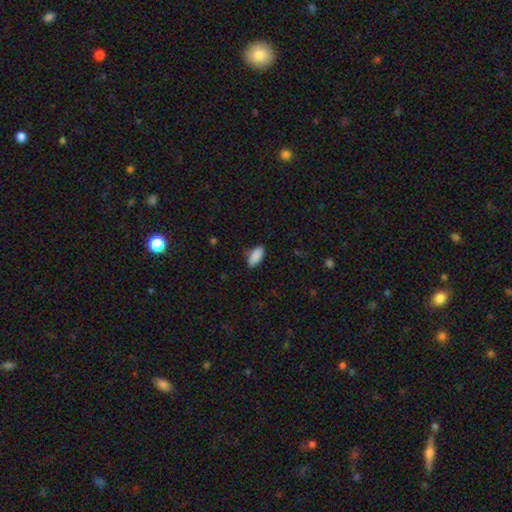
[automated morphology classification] Smooth or featured? Predicted: smooth (p=0.90). How rounded? Predicted: in between (p=0.89). Merging? Predicted: none (p=0.84).